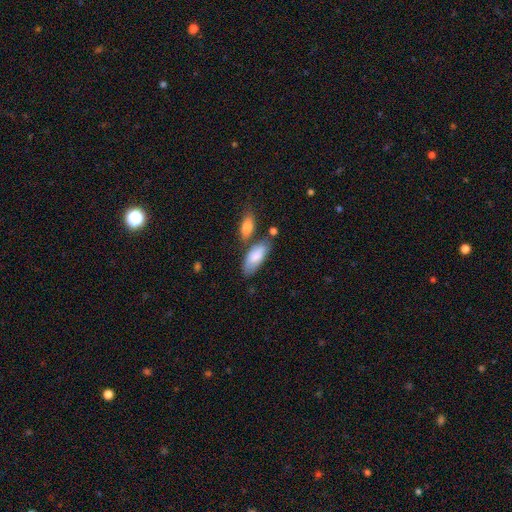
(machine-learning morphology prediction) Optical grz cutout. It shows a smooth galaxy with no disk features (81%) that is in between round and cigar-shaped (85%). Merging: none (58%).